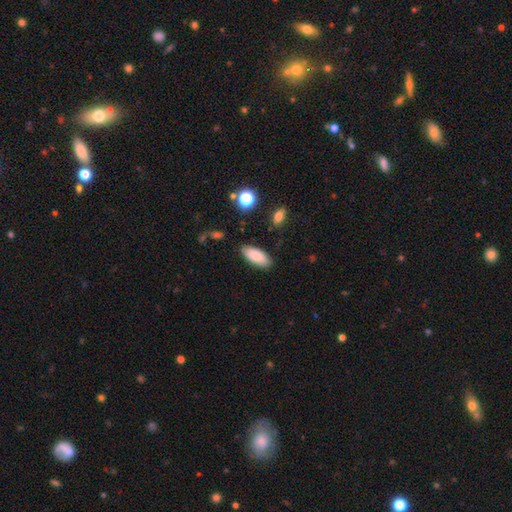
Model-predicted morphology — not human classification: The model was most divided on "how rounded": in between: 85%, cigar-shaped: 14%, round: 2%. More confident: merging — none (85%); smooth or featured — smooth (83%).